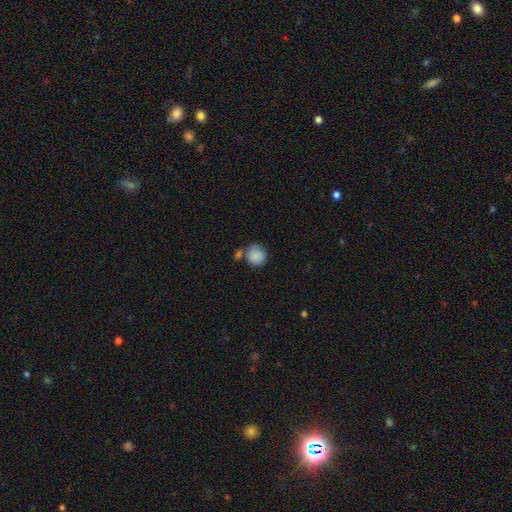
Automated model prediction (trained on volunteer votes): A smooth galaxy with no disk features (87%) that is round (86%).

Vote fractions:
- Smooth or featured? smooth: 87% / star or artifact: 8% / featured or disk: 5%
- How rounded? round: 86% / in between: 13% / cigar-shaped: 1%
- Merging? none: 61% / merger: 17% / minor disturbance: 17% / major disturbance: 5%